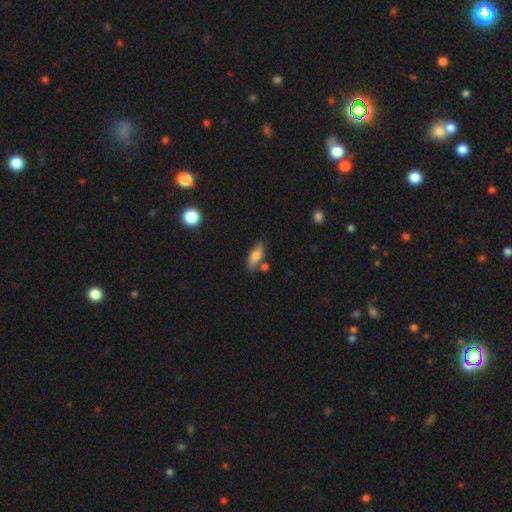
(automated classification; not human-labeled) Smooth or featured: smooth — 73% (featured or disk — 19%)
How rounded: in between — 72% (cigar-shaped — 24%)
Merging: none — 66% (minor disturbance — 18%)